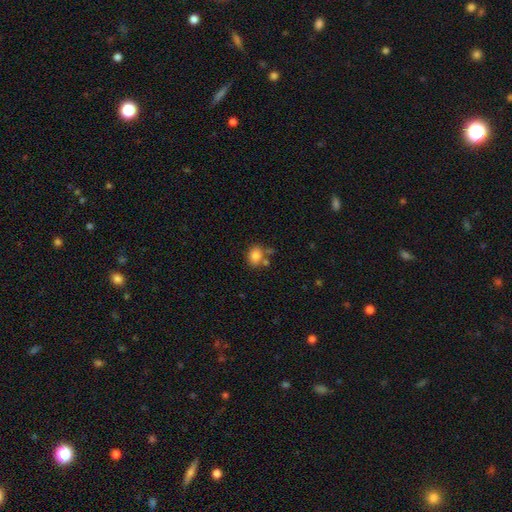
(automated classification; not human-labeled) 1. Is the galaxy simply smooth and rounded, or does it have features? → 82% smooth, 10% star or artifact, 8% featured or disk.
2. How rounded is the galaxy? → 55% in between, 44% round, 1% cigar-shaped.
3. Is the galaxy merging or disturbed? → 61% none, 18% merger, 16% minor disturbance, 5% major disturbance.